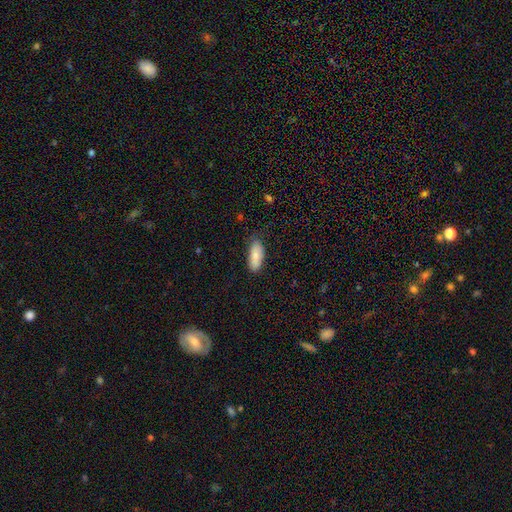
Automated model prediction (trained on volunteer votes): This appears to be a smooth galaxy with no disk features (85%) that is in between round and cigar-shaped (79%). Merging: none (75%).